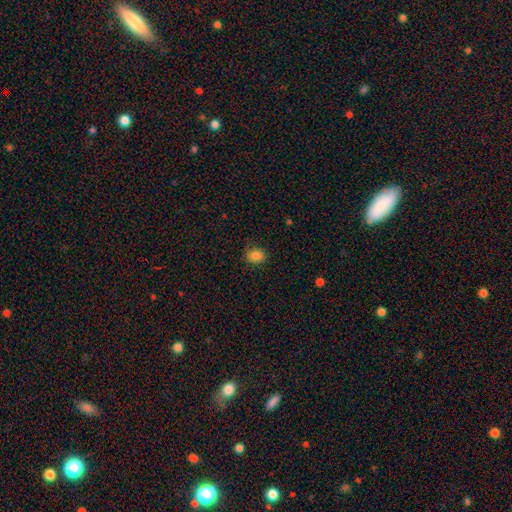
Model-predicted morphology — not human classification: This appears to be a smooth galaxy with no disk features (85%) that is round (53%). Merging: none (80%).